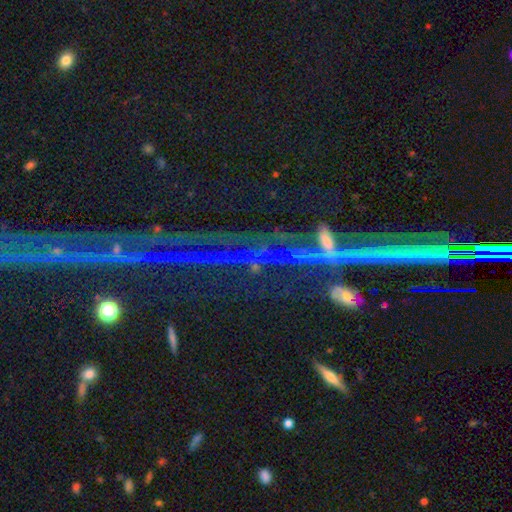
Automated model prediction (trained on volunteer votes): The model was most divided on "smooth or featured": star or artifact: 57%, featured or disk: 29%, smooth: 14%.